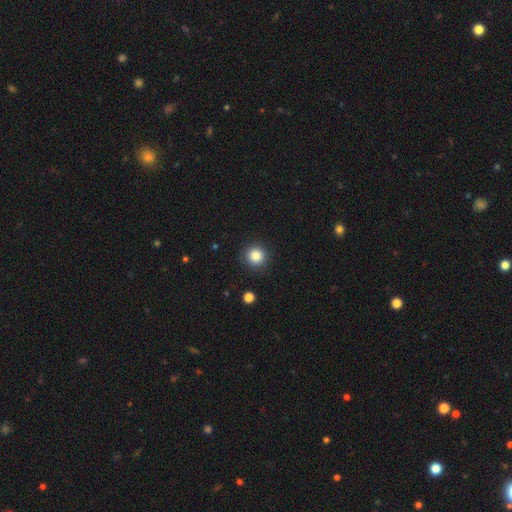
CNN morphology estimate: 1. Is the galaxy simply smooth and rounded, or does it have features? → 83% smooth, 11% star or artifact, 6% featured or disk.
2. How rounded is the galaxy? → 95% round, 4% in between, 1% cigar-shaped.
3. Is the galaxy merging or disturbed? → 91% none, 6% minor disturbance, 2% major disturbance, 1% merger.